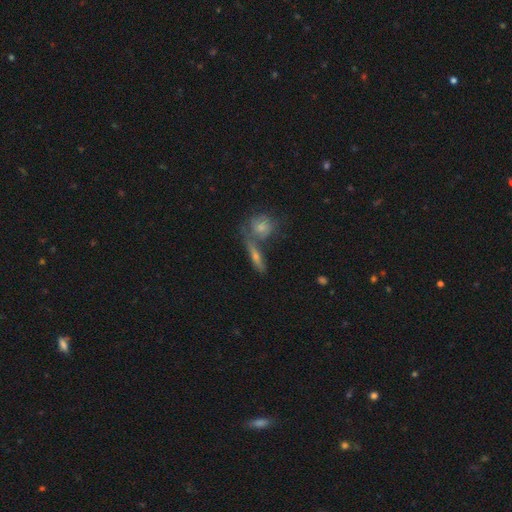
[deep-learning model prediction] Overall: featured or disk (50%; smooth 37%). Edge-on disk: yes (79%). Merging: none (58%; merger 29%).